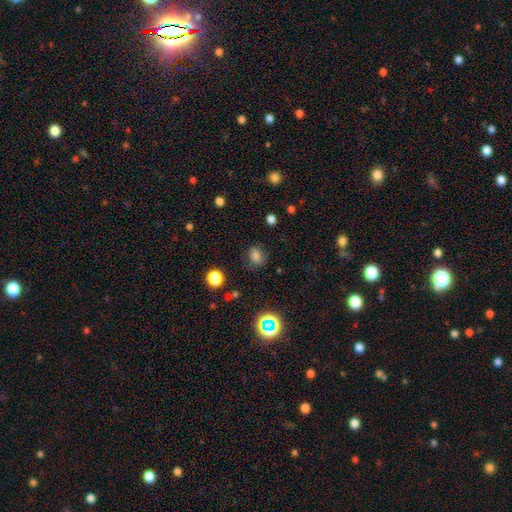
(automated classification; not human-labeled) smooth_or_featured: smooth (p=0.75) [alt: star or artifact p=0.18]
how_rounded: round (p=0.57) [alt: in between p=0.42]
merging: none (p=0.76) [alt: minor disturbance p=0.16]